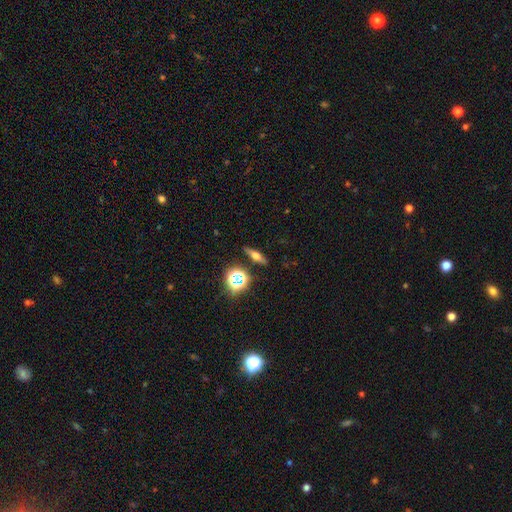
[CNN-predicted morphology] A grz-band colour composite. It shows a featured or disk galaxy (49%). Merging: none (87%).